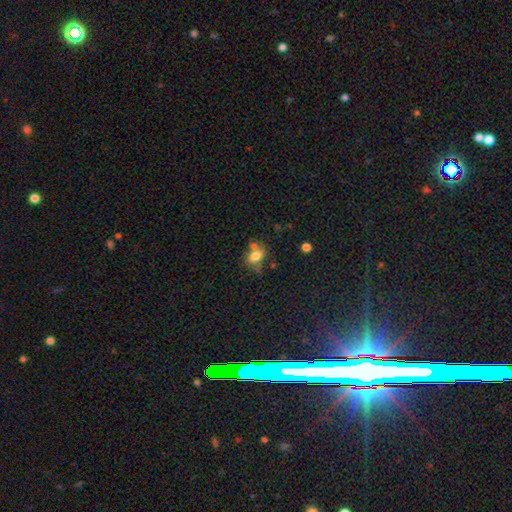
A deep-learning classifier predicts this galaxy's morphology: type=smooth (71%); roundness=in between (67%); merging=none (42%).